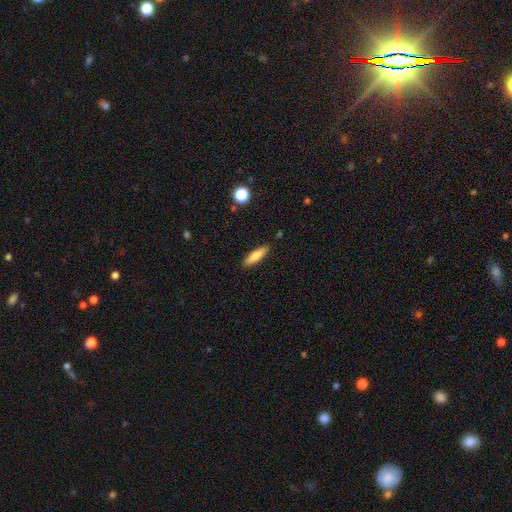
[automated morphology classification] This appears to be a smooth galaxy with no disk features (77%) that is cigar-shaped (68%). Merging: none (87%).